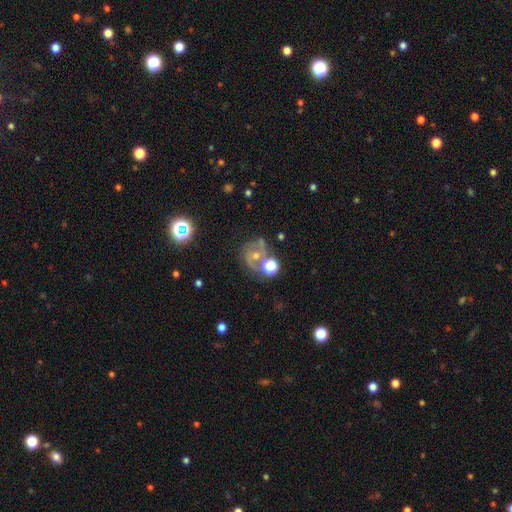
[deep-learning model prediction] Smooth or featured?
  - featured or disk: 56% *
  - star or artifact: 22%
  - smooth: 22%
Edge-on disk?
  - no: 97% *
  - yes: 3%
Bar?
  - no: 70% *
  - weak: 24%
  - strong: 6%
Spiral arms?
  - yes: 76% *
  - no: 24%
Bulge size?
  - moderate: 49% *
  - small: 40%
  - none: 5%
  - large: 4%
  - dominant: 2%
Merging?
  - none: 57% *
  - minor disturbance: 16%
  - merger: 14%
  - major disturbance: 13%